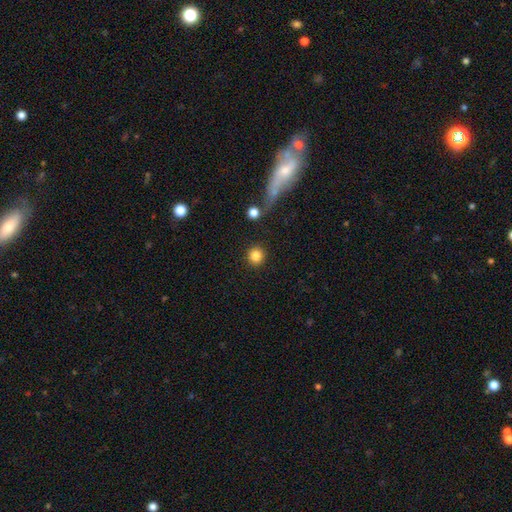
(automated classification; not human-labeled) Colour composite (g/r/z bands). It shows a smooth galaxy with no disk features (84%) that is round (92%). Merging: none (88%).